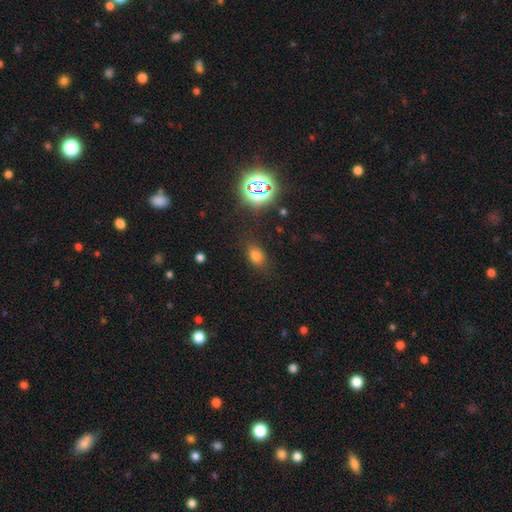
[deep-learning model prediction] Overall: smooth (69%). How rounded: in between (78%). Merging: none (80%).